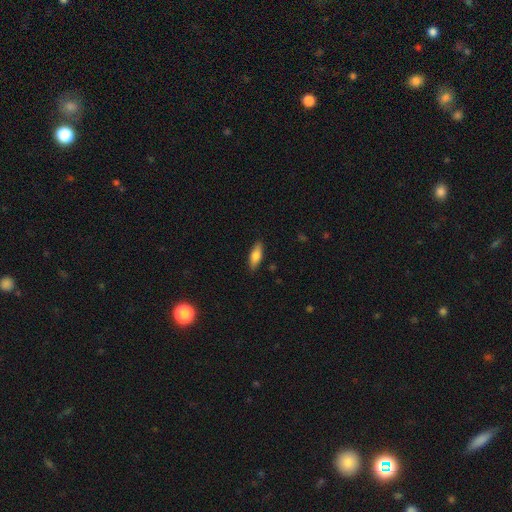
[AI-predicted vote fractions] The model was most divided on "how rounded": in between: 61%, cigar-shaped: 36%, round: 2%. More confident: merging — none (87%); smooth or featured — smooth (73%).